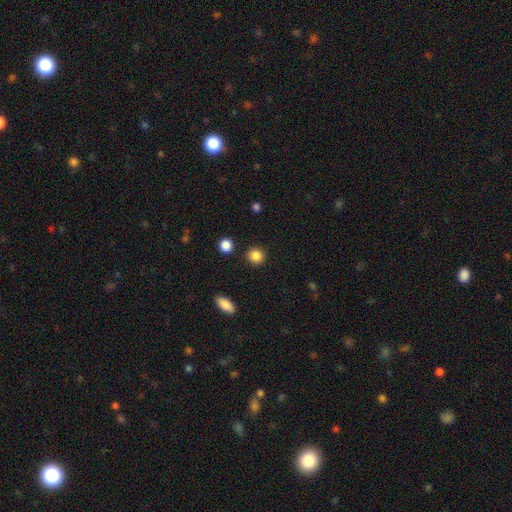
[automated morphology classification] Smooth or featured? smooth (87%)
How rounded? round (88%)
Merging? none (90%)